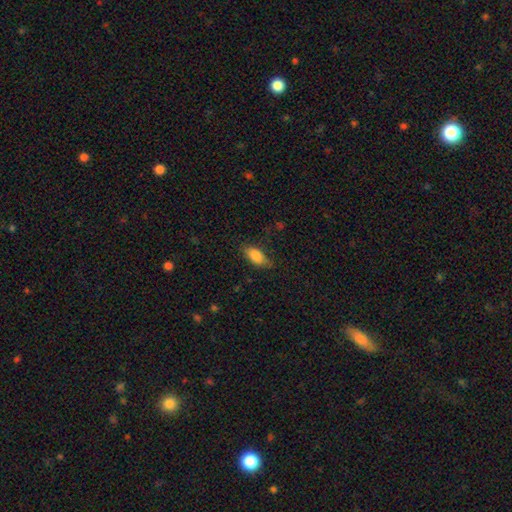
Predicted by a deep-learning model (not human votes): smooth 85%, featured or disk 8%, star or artifact 7%. Down the decision tree: how rounded — in between (88%); merging — none (77%).